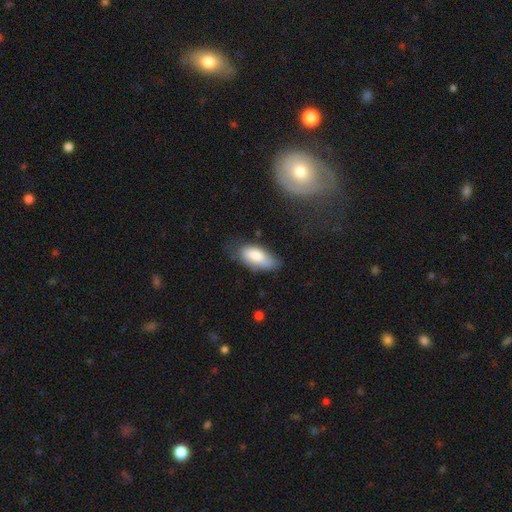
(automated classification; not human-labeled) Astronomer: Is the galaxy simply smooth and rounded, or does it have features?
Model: smooth — 79%.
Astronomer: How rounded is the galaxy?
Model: in between — 88%.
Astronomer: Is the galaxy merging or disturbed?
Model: none — 58%.